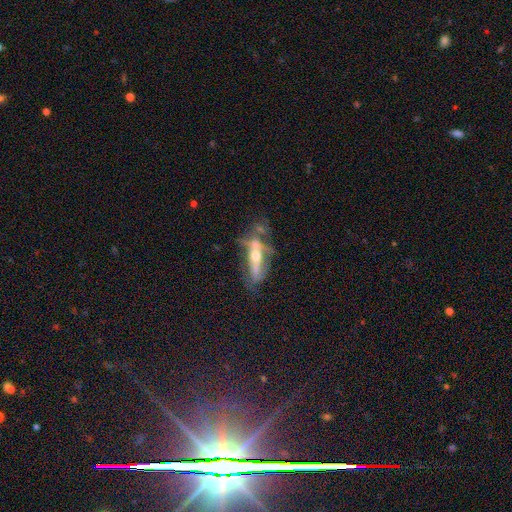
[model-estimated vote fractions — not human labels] Smooth or featured? Predicted: featured or disk (p=0.63). Edge-on disk? Predicted: no (p=0.65). Merging? Predicted: none (p=0.29).